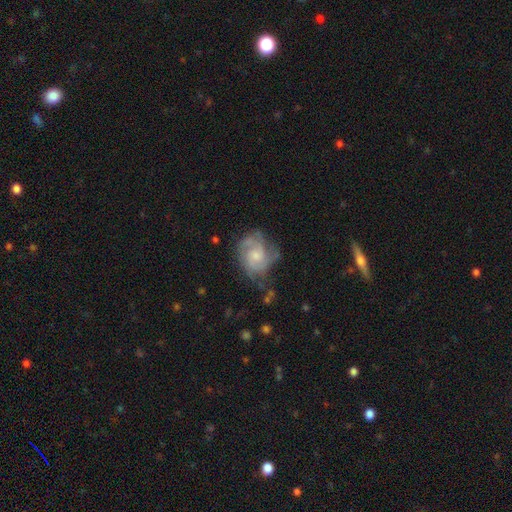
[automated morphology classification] smooth-or-featured: featured or disk: 70% | smooth: 23% | star or artifact: 7%
  disk-edge-on: no: 98% | yes: 2%
    bar: no: 71% | weak: 26% | strong: 3%
    has-spiral-arms: yes: 87% | no: 13%
      spiral-winding: tight: 44% | medium: 42% | loose: 14%
      spiral-arm-count: 2: 32% | can't tell: 30% | 3: 24% | 4: 6% | 1: 5% | more than 4: 4%
    bulge-size: small: 45% | moderate: 41% | none: 8% | large: 5% | dominant: 1%
  merging: none: 54% | minor disturbance: 26% | major disturbance: 17% | merger: 3%